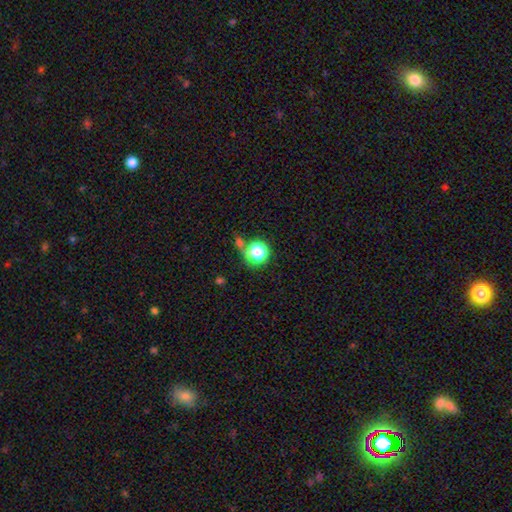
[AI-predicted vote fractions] smooth_or_featured: smooth (p=0.61) [alt: star or artifact p=0.33]
how_rounded: round (p=0.90) [alt: in between p=0.09]
merging: none (p=0.80) [alt: merger p=0.08]